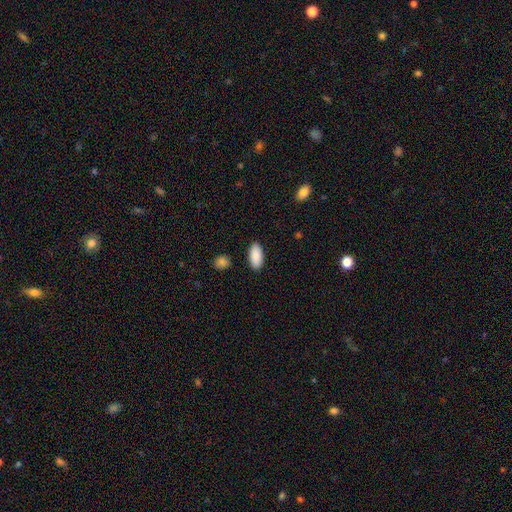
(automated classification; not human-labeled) Overall: smooth (90%). How rounded: in between (91%). Merging: none (89%).